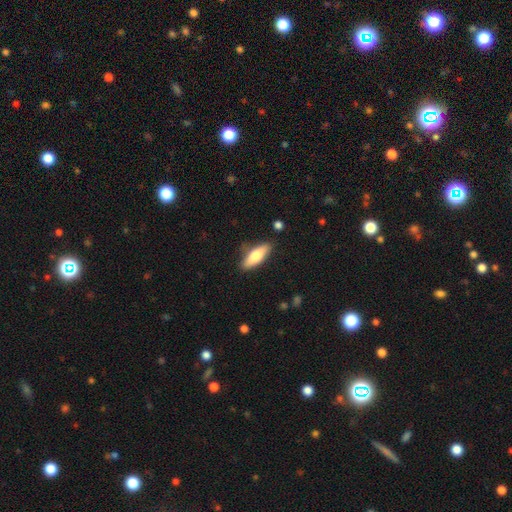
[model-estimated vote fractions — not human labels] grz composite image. It shows a smooth galaxy with no disk features (74%) that is in between round and cigar-shaped (62%). Merging: none (82%).